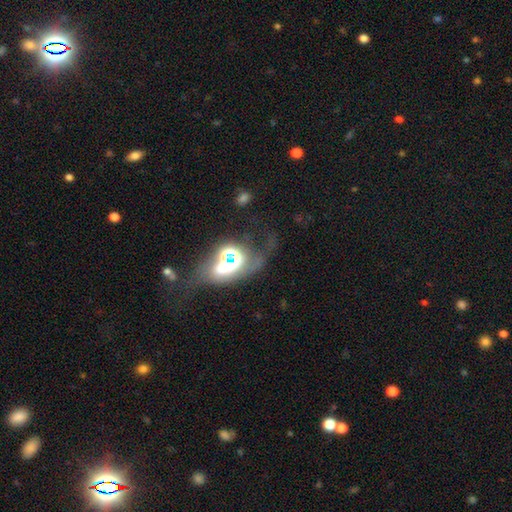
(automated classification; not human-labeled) smooth_or_featured: featured or disk (p=0.36) [alt: star or artifact p=0.35]
merging: none (p=0.35) [alt: major disturbance p=0.32]